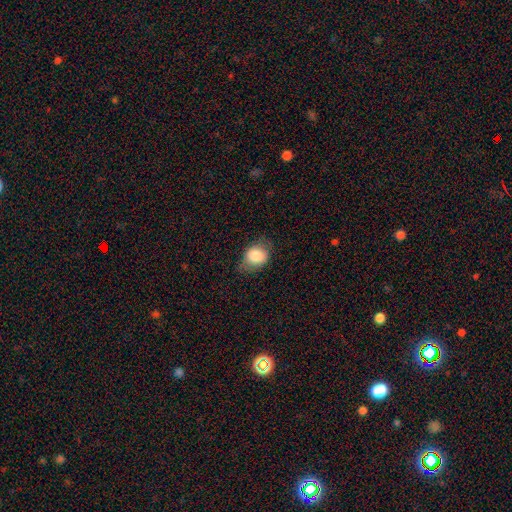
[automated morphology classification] Smooth or featured: smooth — 80% (featured or disk — 12%)
How rounded: in between — 59% (round — 40%)
Merging: none — 65% (minor disturbance — 25%)